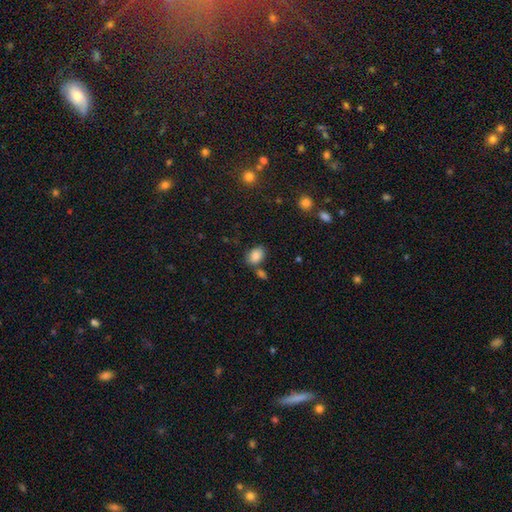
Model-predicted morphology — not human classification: Smooth or featured? Predicted: smooth (p=0.86). How rounded? Predicted: in between (p=0.80). Merging? Predicted: none (p=0.65).